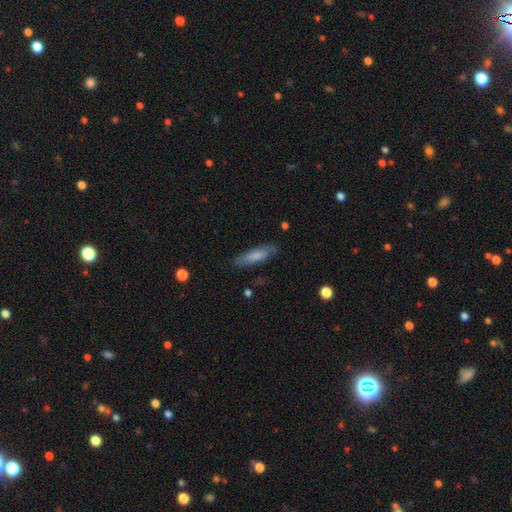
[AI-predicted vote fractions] Smooth or featured? Predicted: smooth (p=0.71). How rounded? Predicted: cigar-shaped (p=0.63). Merging? Predicted: none (p=0.79).